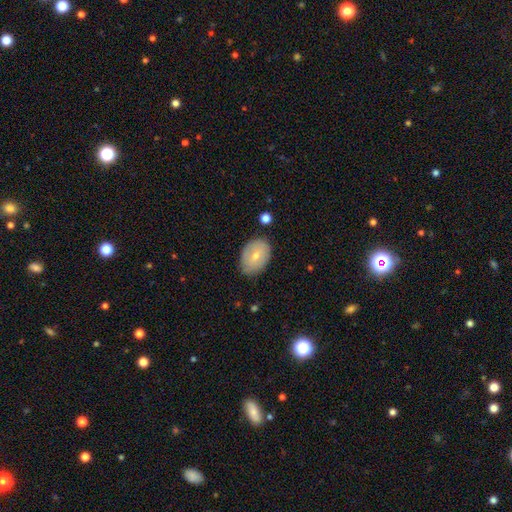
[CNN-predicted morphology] A smooth galaxy with no disk features (65%) that is in between round and cigar-shaped (79%).

Vote fractions:
- Smooth or featured? smooth: 65% / featured or disk: 28% / star or artifact: 7%
- How rounded? in between: 79% / round: 20% / cigar-shaped: 1%
- Merging? none: 76% / minor disturbance: 19% / major disturbance: 4% / merger: 2%